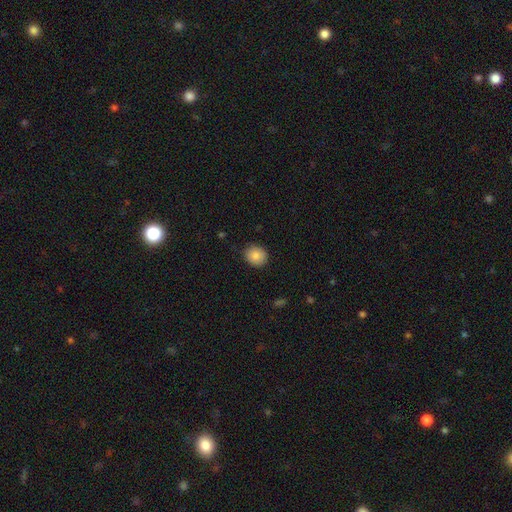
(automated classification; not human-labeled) Smooth or featured? smooth (85%)
How rounded? round (73%)
Merging? none (87%)